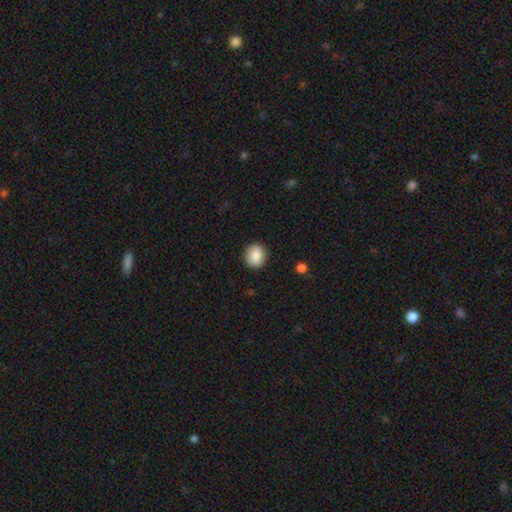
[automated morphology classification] type=smooth (87%); roundness=round (79%); merging=none (88%).